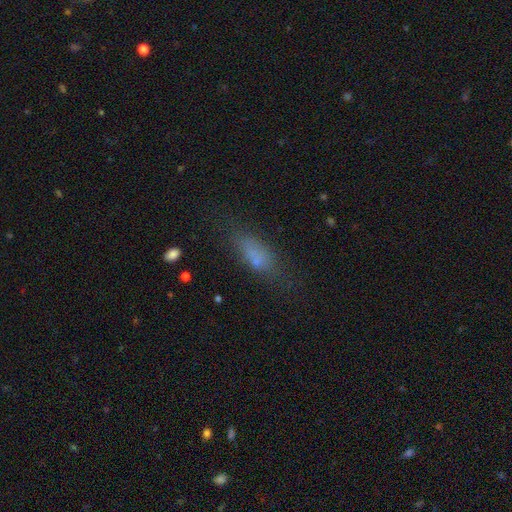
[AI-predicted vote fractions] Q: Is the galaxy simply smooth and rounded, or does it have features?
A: smooth — 67%.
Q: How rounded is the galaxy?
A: in between — 65%.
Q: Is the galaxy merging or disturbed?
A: none — 52%.